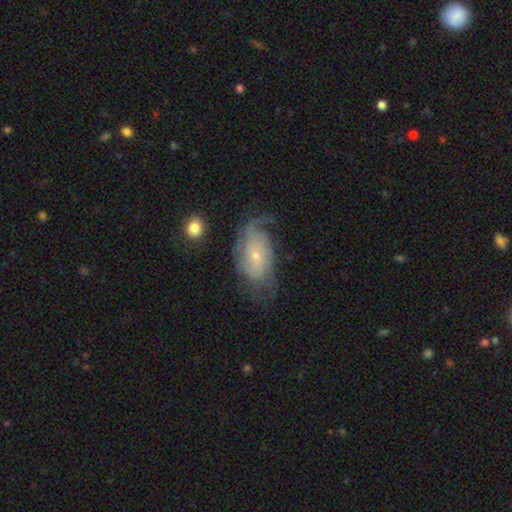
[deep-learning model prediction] Smooth or featured: featured or disk — 69% (smooth — 24%)
Edge-on disk: no — 94% (yes — 6%)
Bar: no — 73% (weak — 22%)
Spiral arms: yes — 87% (no — 13%)
Spiral winding: tight — 37% (tied with medium — 37%)
Spiral arm count: can't tell — 35% (2 — 33%)
Bulge size: small — 73% (moderate — 22%)
Merging: none — 50% (minor disturbance — 25%)